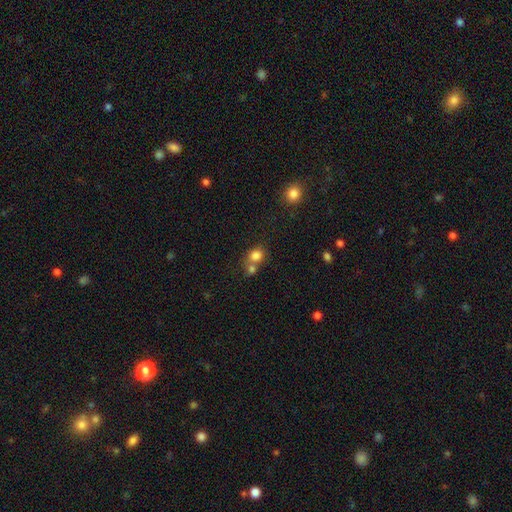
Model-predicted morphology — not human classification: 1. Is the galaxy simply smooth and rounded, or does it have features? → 80% smooth, 11% star or artifact, 8% featured or disk.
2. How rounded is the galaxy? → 71% round, 28% in between, 1% cigar-shaped.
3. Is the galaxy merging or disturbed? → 44% merger, 43% none, 9% minor disturbance, 4% major disturbance.